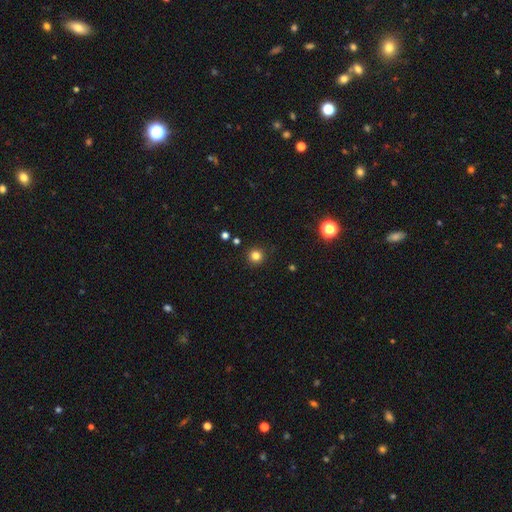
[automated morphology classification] smooth-or-featured: smooth: 81% | star or artifact: 14% | featured or disk: 5%
  how-rounded: round: 95% | in between: 4% | cigar-shaped: 1%
  merging: none: 91% | minor disturbance: 5% | major disturbance: 2% | merger: 1%